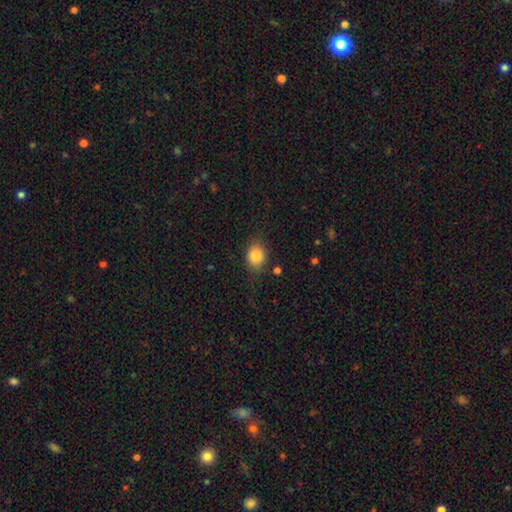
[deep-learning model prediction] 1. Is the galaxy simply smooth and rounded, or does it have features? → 85% smooth, 9% star or artifact, 6% featured or disk.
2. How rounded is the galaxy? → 60% round, 39% in between, 1% cigar-shaped.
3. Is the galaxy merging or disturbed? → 73% none, 19% minor disturbance, 6% major disturbance, 2% merger.